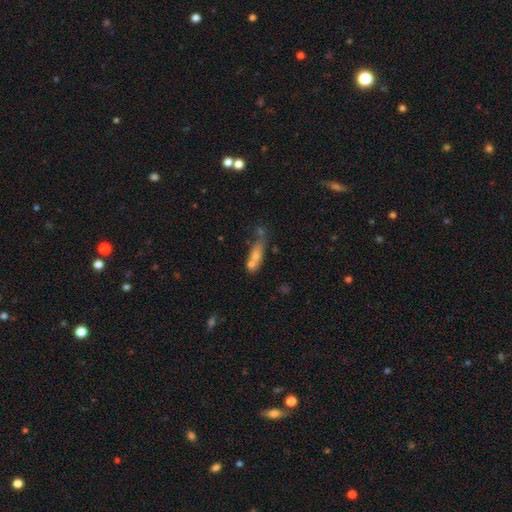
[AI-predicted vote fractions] smooth_or_featured: smooth (p=0.60) [alt: featured or disk p=0.27]
how_rounded: in between (p=0.47) [alt: cigar-shaped p=0.42]
merging: merger (p=0.42) [alt: none p=0.33]